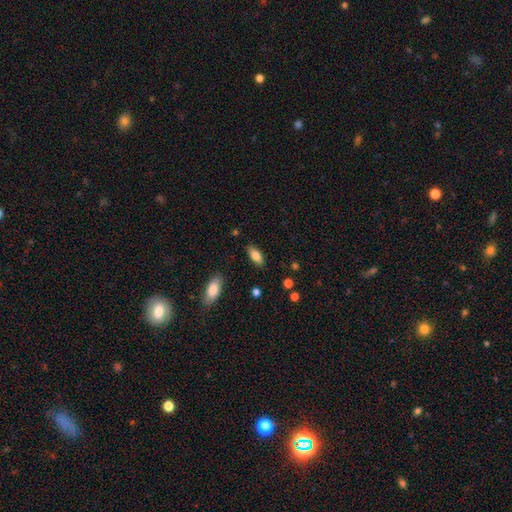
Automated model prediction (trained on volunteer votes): Overall: smooth (83%). How rounded: in between (85%). Merging: none (85%).